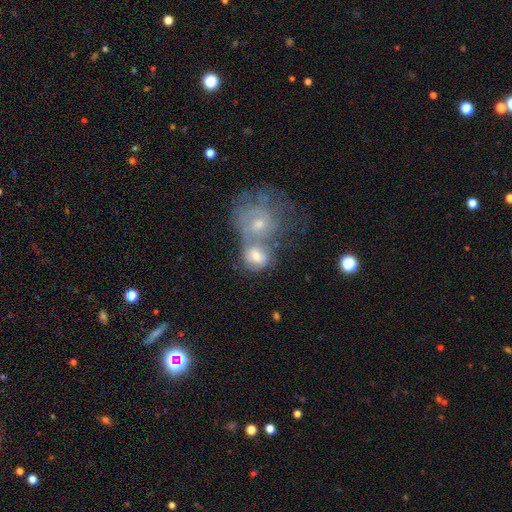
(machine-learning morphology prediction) Smooth or featured?
  - featured or disk: 51% *
  - smooth: 39%
  - star or artifact: 10%
Edge-on disk?
  - no: 96% *
  - yes: 4%
Merging?
  - merger: 61% *
  - none: 24%
  - minor disturbance: 8%
  - major disturbance: 6%